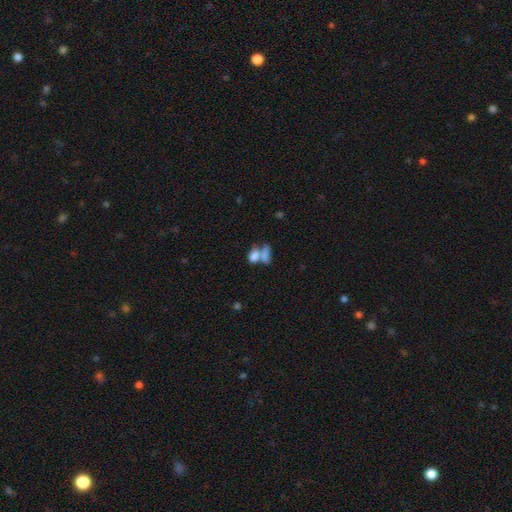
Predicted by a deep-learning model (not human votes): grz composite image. It shows a smooth galaxy with no disk features (77%) that is in between round and cigar-shaped (77%). Merging: merger (58%).